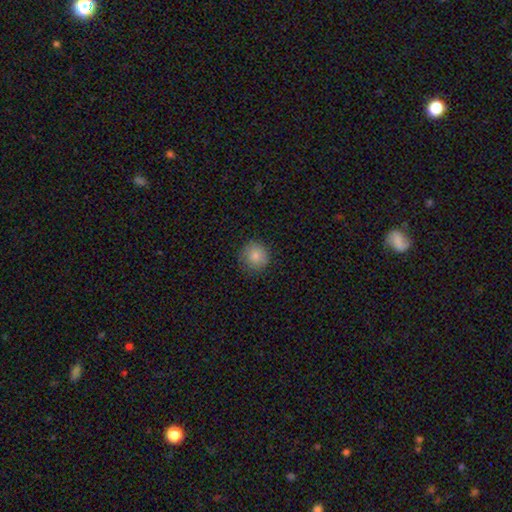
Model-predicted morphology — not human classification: The model was most divided on "merging": none: 83%, minor disturbance: 13%, major disturbance: 3%, merger: 1%. More confident: how rounded — round (91%); smooth or featured — smooth (82%).